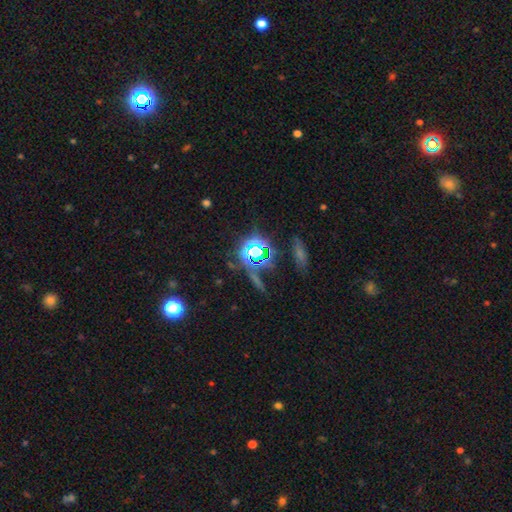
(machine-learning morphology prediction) Q: Smooth or featured?
A: star or artifact (67%); runner-up: smooth (20%)